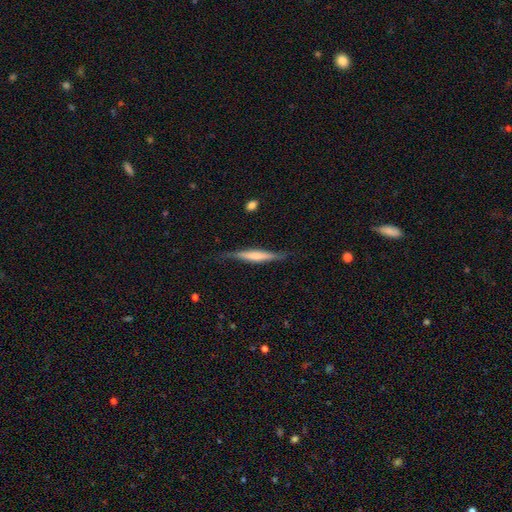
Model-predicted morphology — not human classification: Smooth or featured? Predicted: featured or disk (p=0.47, tied with smooth). Merging? Predicted: none (p=0.74).